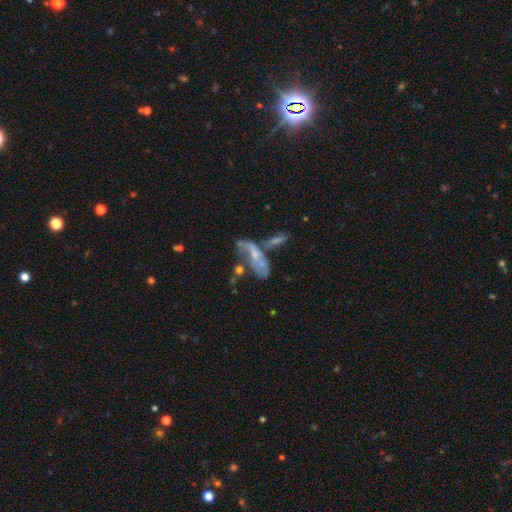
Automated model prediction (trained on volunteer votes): Q: Smooth or featured?
A: featured or disk (58%); runner-up: smooth (32%)
Q: Edge-on disk?
A: no (85%); runner-up: yes (15%)
Q: Merging?
A: merger (42%); runner-up: none (25%)